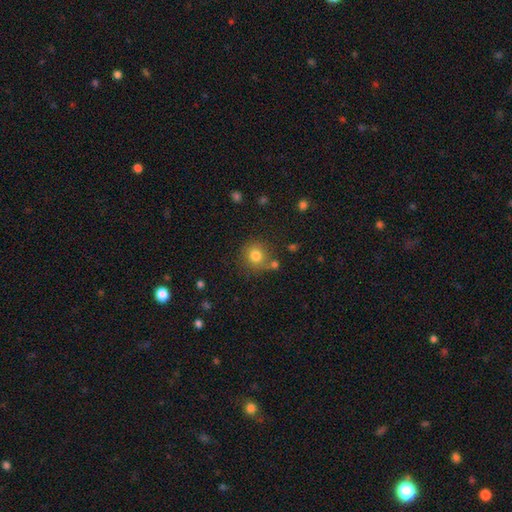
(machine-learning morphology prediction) smooth_or_featured: smooth (p=0.80) [alt: star or artifact p=0.12]
how_rounded: round (p=0.89) [alt: in between p=0.10]
merging: none (p=0.74) [alt: minor disturbance p=0.11]